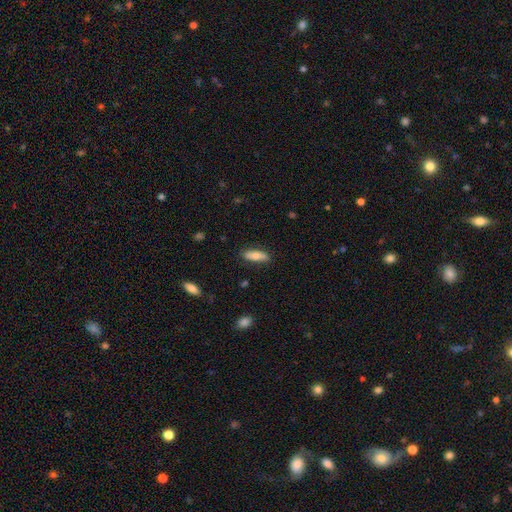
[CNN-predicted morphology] Smooth or featured?
  - smooth: 73% *
  - featured or disk: 20%
  - star or artifact: 6%
How rounded?
  - in between: 60% *
  - cigar-shaped: 37%
  - round: 2%
Merging?
  - none: 85% *
  - minor disturbance: 12%
  - major disturbance: 2%
  - merger: 1%